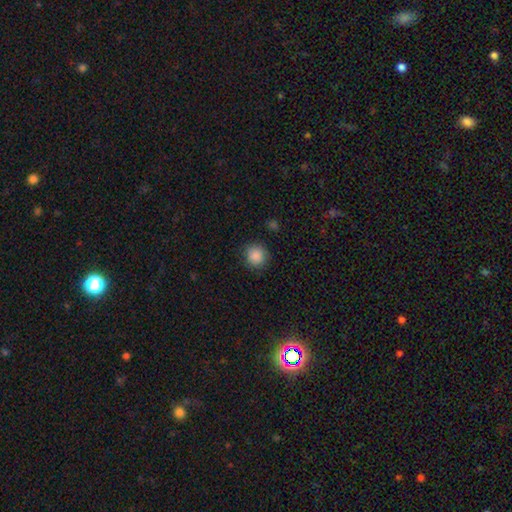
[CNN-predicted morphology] Smooth or featured?
  - smooth: 88% *
  - star or artifact: 9%
  - featured or disk: 3%
How rounded?
  - round: 93% *
  - in between: 6%
  - cigar-shaped: 1%
Merging?
  - none: 89% *
  - minor disturbance: 7%
  - major disturbance: 2%
  - merger: 1%